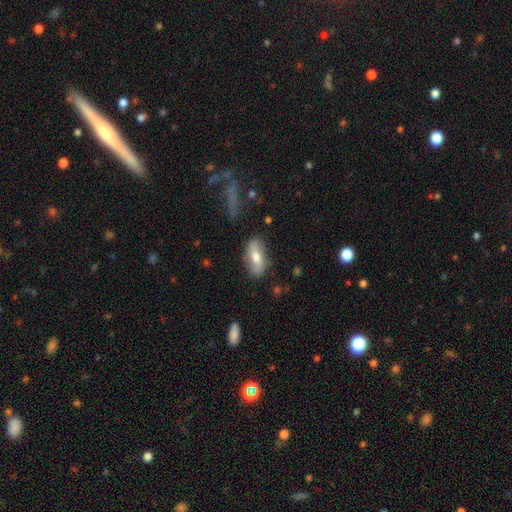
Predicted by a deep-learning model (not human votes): The model was most divided on "smooth or featured": smooth: 61%, featured or disk: 32%, star or artifact: 6%. More confident: merging — none (78%); how rounded — in between (78%).